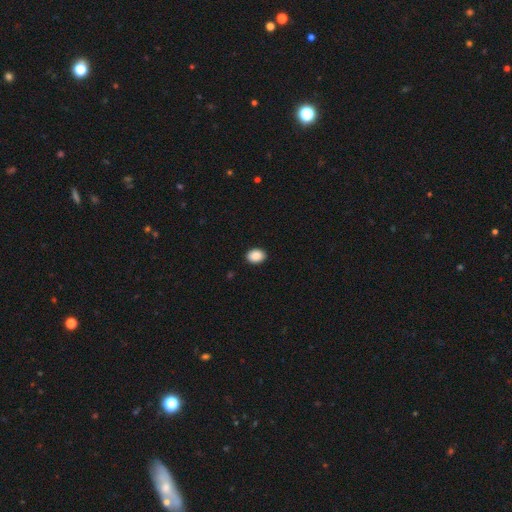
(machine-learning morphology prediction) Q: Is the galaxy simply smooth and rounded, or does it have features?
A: smooth — 90%.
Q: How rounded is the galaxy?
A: in between — 67%.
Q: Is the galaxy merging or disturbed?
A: none — 91%.